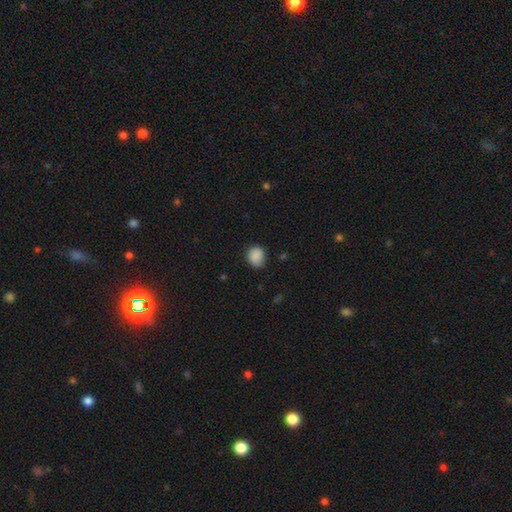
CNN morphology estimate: Smooth or featured? smooth (86%)
How rounded? round (61%)
Merging? none (76%)